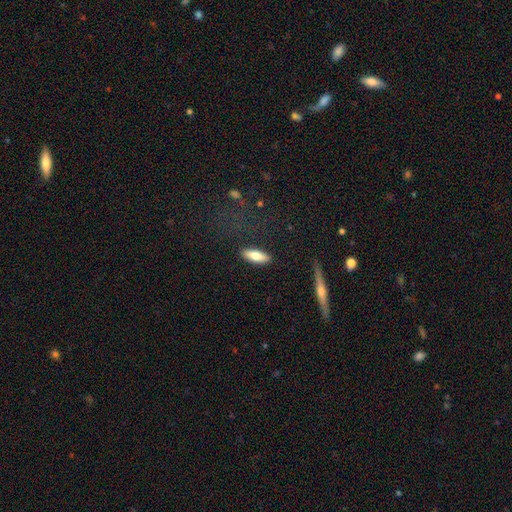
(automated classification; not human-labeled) A smooth galaxy with no disk features (74%) that is in between round and cigar-shaped (58%). Merging: none (88%).